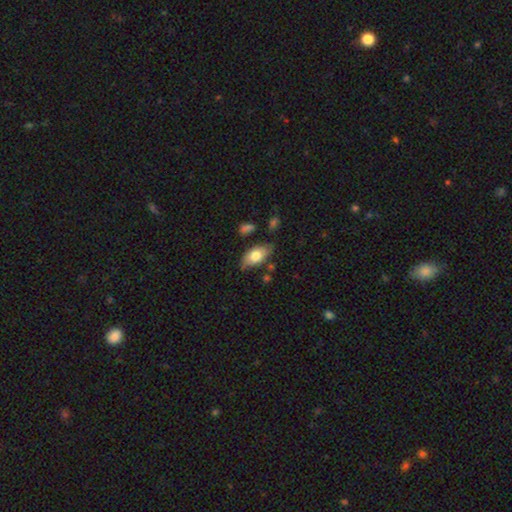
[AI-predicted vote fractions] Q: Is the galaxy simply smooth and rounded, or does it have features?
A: smooth — 76%.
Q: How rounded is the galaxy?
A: in between — 92%.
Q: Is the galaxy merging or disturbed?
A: none — 74%.